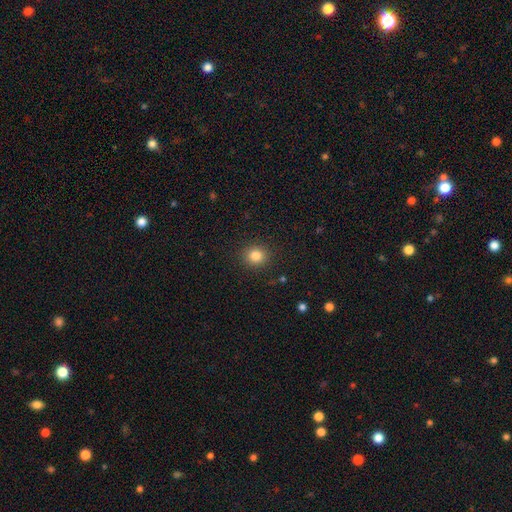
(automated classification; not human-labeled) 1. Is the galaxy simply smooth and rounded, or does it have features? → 82% smooth, 12% star or artifact, 6% featured or disk.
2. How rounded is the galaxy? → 86% round, 13% in between, 1% cigar-shaped.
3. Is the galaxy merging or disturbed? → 90% none, 6% minor disturbance, 2% major disturbance, 1% merger.